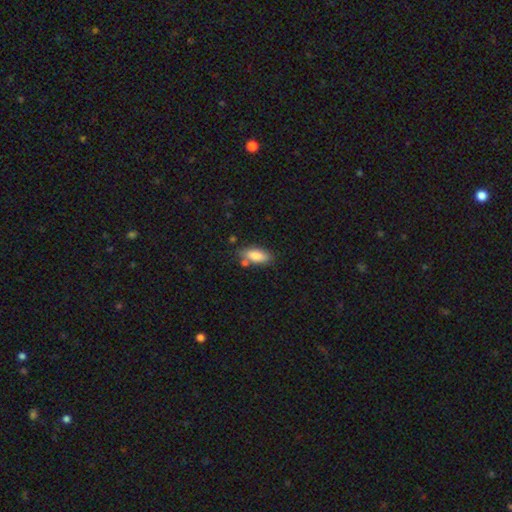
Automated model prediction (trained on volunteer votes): smooth 85%, featured or disk 9%, star or artifact 7%. Down the decision tree: how rounded — in between (81%); merging — none (72%).